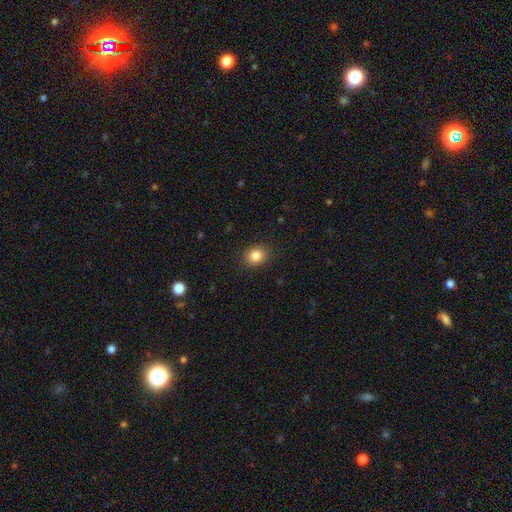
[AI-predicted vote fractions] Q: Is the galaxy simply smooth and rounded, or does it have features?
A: smooth — 84%.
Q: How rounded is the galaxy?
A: round — 66%.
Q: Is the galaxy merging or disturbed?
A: none — 89%.